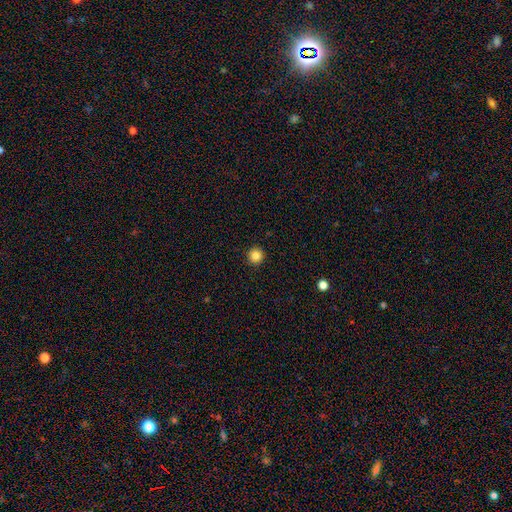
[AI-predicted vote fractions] Morphology: type=smooth (85%); roundness=round (96%); merging=none (93%).